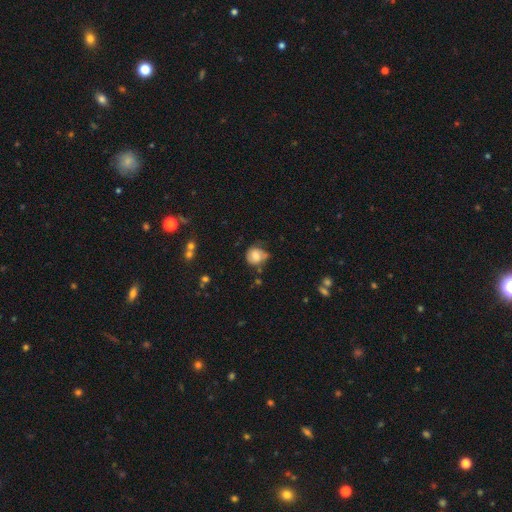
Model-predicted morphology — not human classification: This appears to be a smooth galaxy with no disk features (67%) that is round (81%). Merging: none (53%).